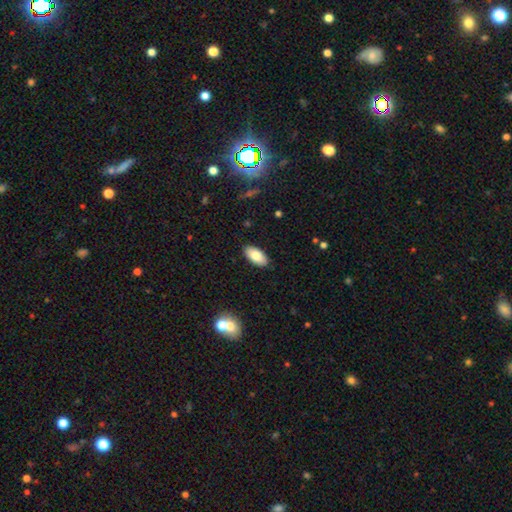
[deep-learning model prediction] Smooth or featured?
  - smooth: 80% *
  - featured or disk: 13%
  - star or artifact: 7%
How rounded?
  - in between: 93% *
  - cigar-shaped: 5%
  - round: 2%
Merging?
  - none: 88% *
  - minor disturbance: 9%
  - major disturbance: 2%
  - merger: 1%